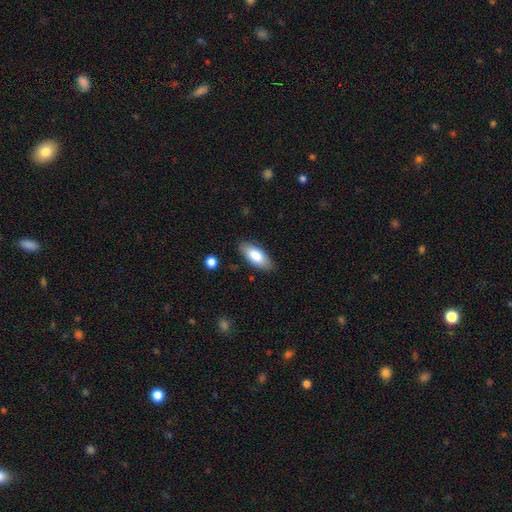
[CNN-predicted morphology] Overall: smooth (83%). How rounded: in between (85%). Merging: none (85%).